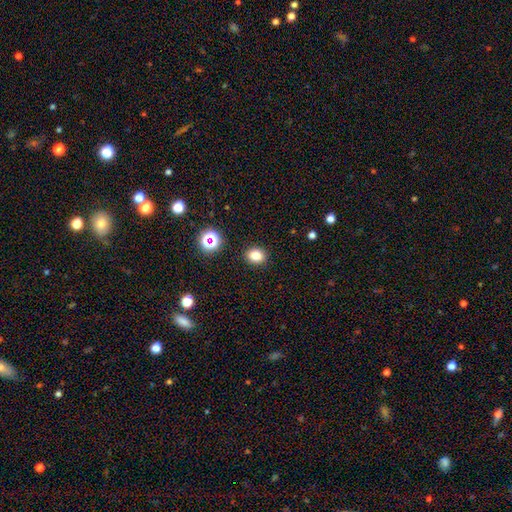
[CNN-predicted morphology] A smooth galaxy with no disk features (80%) that is round (59%). Merging: none (90%).